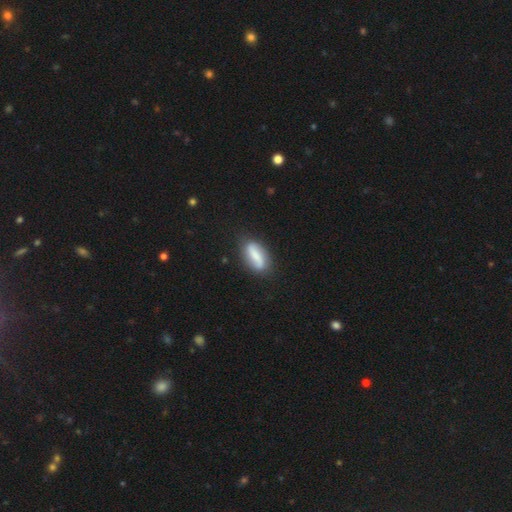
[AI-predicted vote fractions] smooth 49%, featured or disk 44%, star or artifact 7%. Down the decision tree: merging — none (78%).